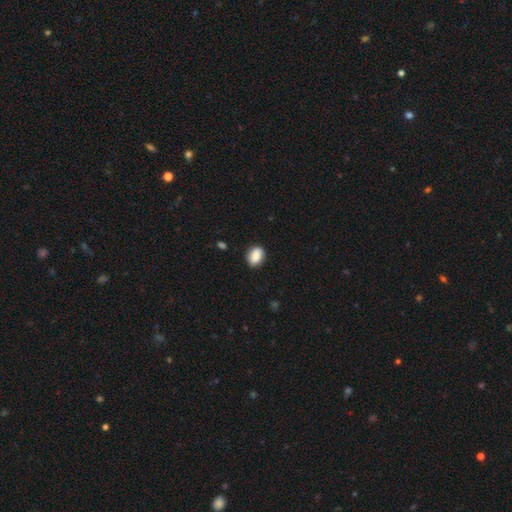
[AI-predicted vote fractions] A smooth galaxy with no disk features (87%) that is in between round and cigar-shaped (70%).

Vote fractions:
- Smooth or featured? smooth: 87% / star or artifact: 7% / featured or disk: 6%
- How rounded? in between: 70% / round: 28% / cigar-shaped: 1%
- Merging? none: 86% / minor disturbance: 10% / major disturbance: 2% / merger: 1%